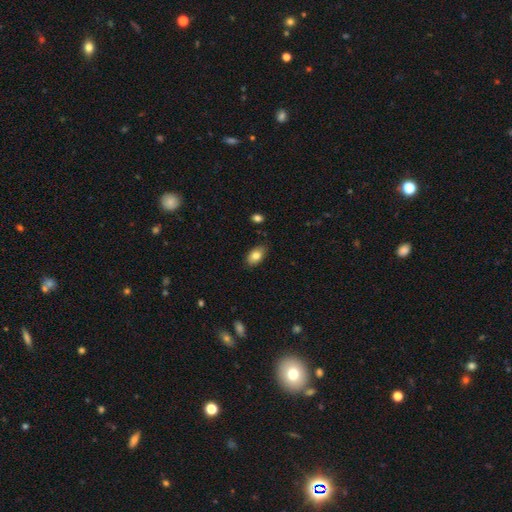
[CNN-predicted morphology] This appears to be a smooth galaxy with no disk features (81%) that is in between round and cigar-shaped (91%). Merging: none (83%).